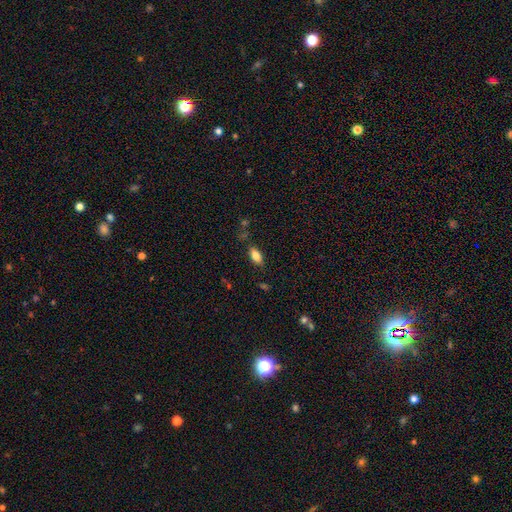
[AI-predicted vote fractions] Overall: smooth (80%). How rounded: in between (86%). Merging: none (79%).